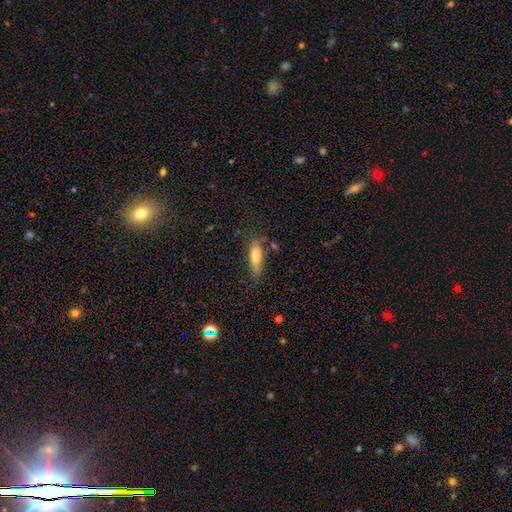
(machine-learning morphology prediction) smooth-or-featured: smooth: 69% | featured or disk: 23% | star or artifact: 8%
  how-rounded: in between: 50% | cigar-shaped: 47% | round: 2%
  merging: none: 64% | minor disturbance: 23% | major disturbance: 7% | merger: 6%